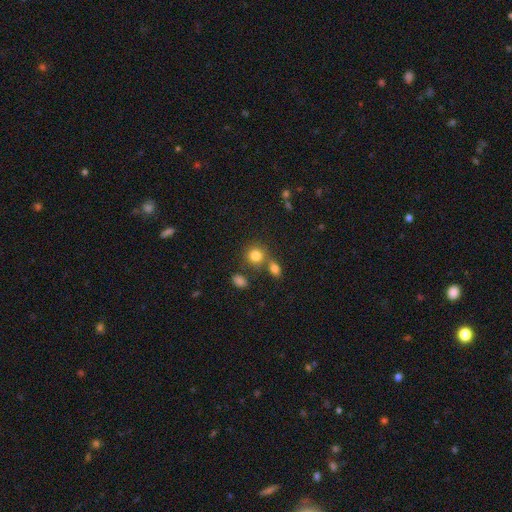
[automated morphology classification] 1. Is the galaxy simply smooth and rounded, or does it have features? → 81% smooth, 11% star or artifact, 8% featured or disk.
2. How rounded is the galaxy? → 81% round, 18% in between, 1% cigar-shaped.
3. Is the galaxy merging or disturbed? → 61% none, 25% merger, 10% minor disturbance, 4% major disturbance.